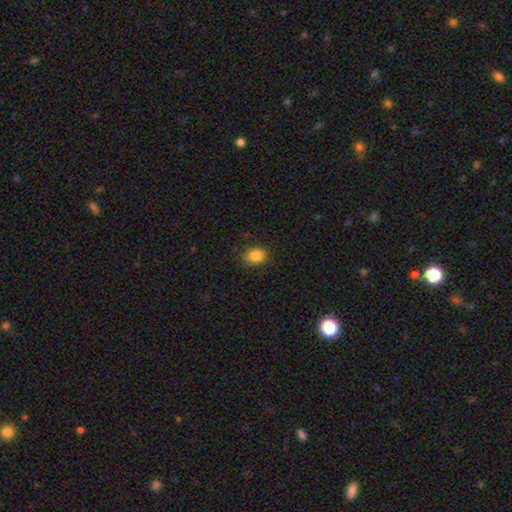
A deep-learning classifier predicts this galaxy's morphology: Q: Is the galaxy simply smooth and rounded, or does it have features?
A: smooth — 85%.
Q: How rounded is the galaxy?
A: in between — 53%.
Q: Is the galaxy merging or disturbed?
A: none — 82%.